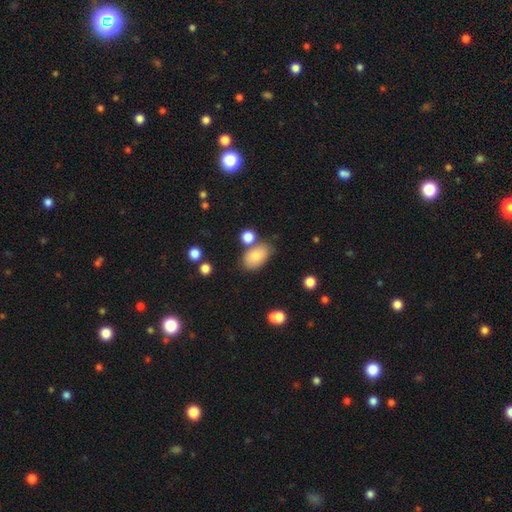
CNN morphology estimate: The model was most divided on "merging": none: 65%, minor disturbance: 16%, merger: 14%, major disturbance: 4%. More confident: how rounded — in between (89%); smooth or featured — smooth (81%).